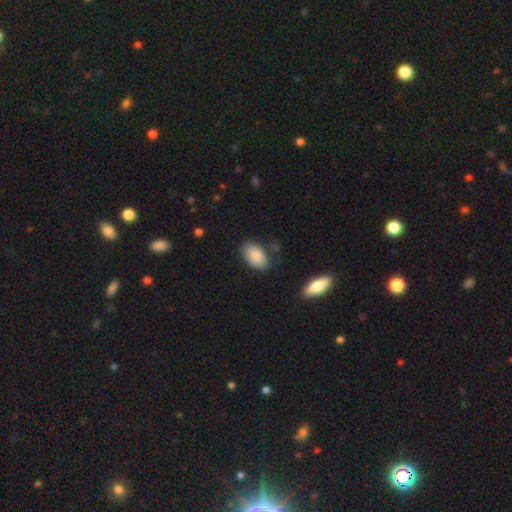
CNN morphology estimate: Smooth or featured? Predicted: smooth (p=0.87). How rounded? Predicted: in between (p=0.94). Merging? Predicted: none (p=0.76).